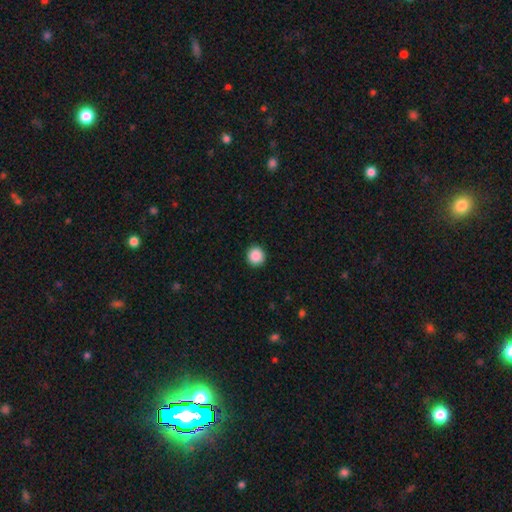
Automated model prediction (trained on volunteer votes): smooth_or_featured: smooth (p=0.89) [alt: star or artifact p=0.09]
how_rounded: round (p=0.95) [alt: in between p=0.04]
merging: none (p=0.93) [alt: minor disturbance p=0.05]